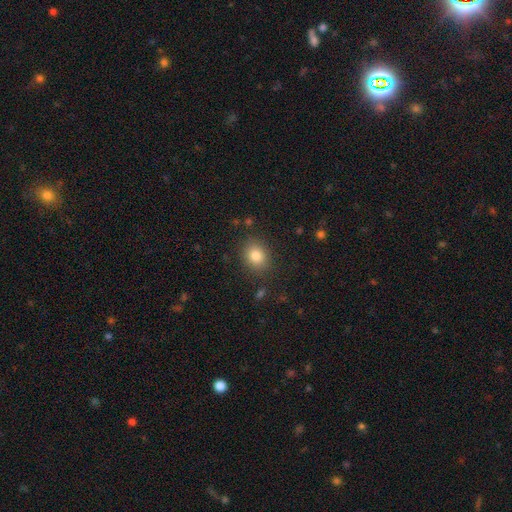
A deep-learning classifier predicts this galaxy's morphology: A smooth galaxy with no disk features (82%) that is round (57%).

Vote fractions:
- Smooth or featured? smooth: 82% / star or artifact: 11% / featured or disk: 8%
- How rounded? round: 57% / in between: 42% / cigar-shaped: 1%
- Merging? none: 86% / minor disturbance: 9% / major disturbance: 3% / merger: 2%